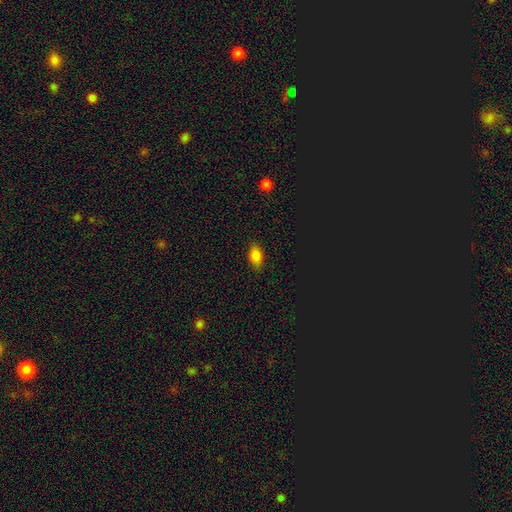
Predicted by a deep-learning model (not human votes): smooth-or-featured: smooth: 82% | star or artifact: 12% | featured or disk: 6%
  how-rounded: in between: 90% | round: 7% | cigar-shaped: 3%
  merging: none: 85% | minor disturbance: 12% | major disturbance: 2% | merger: 1%